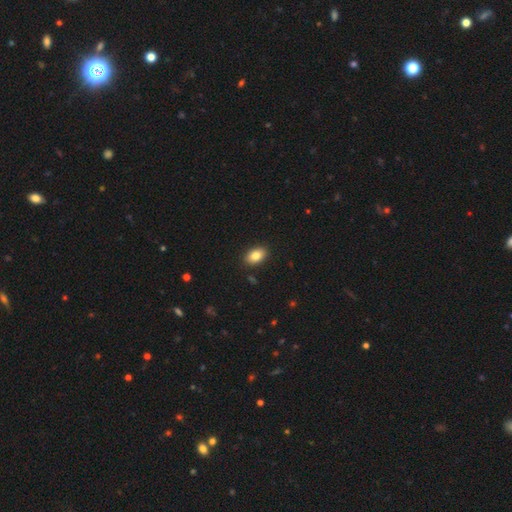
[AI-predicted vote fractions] Smooth or featured? smooth (83%)
How rounded? in between (88%)
Merging? none (89%)